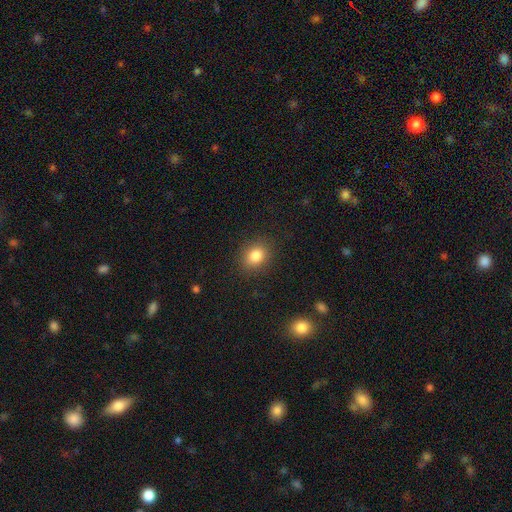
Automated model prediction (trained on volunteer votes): A smooth galaxy with no disk features (83%) that is round (53%).

Vote fractions:
- Smooth or featured? smooth: 83% / star or artifact: 11% / featured or disk: 6%
- How rounded? round: 53% / in between: 46% / cigar-shaped: 1%
- Merging? none: 87% / minor disturbance: 9% / major disturbance: 3% / merger: 1%